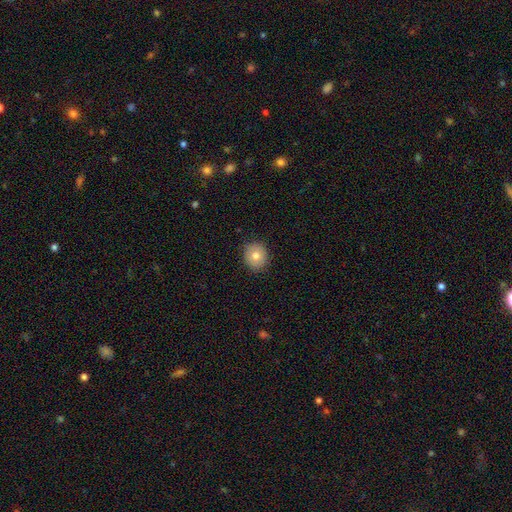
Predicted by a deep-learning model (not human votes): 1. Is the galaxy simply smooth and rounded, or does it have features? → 78% smooth, 13% featured or disk, 9% star or artifact.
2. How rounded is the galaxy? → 83% round, 16% in between, 1% cigar-shaped.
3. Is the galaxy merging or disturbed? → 88% none, 9% minor disturbance, 2% major disturbance, 1% merger.